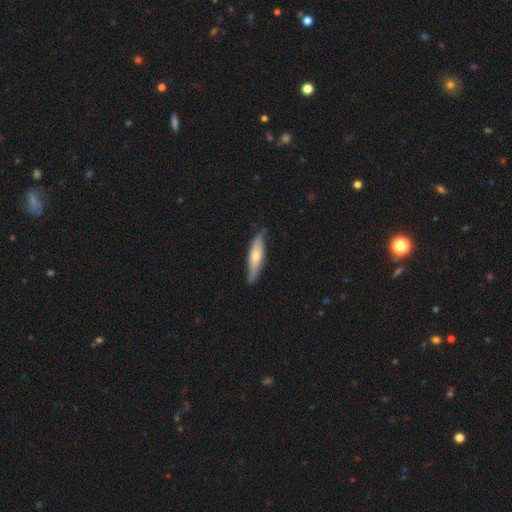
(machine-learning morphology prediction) This appears to be a smooth galaxy with no disk features (49%). Merging: none (74%).